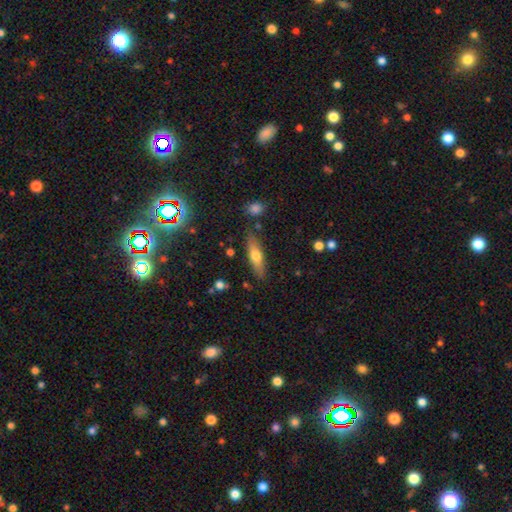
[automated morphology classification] A smooth galaxy with no disk features (60%) that is cigar-shaped (59%).

Vote fractions:
- Smooth or featured? smooth: 60% / featured or disk: 34% / star or artifact: 7%
- How rounded? cigar-shaped: 59% / in between: 38% / round: 3%
- Merging? none: 82% / minor disturbance: 12% / merger: 3% / major disturbance: 3%